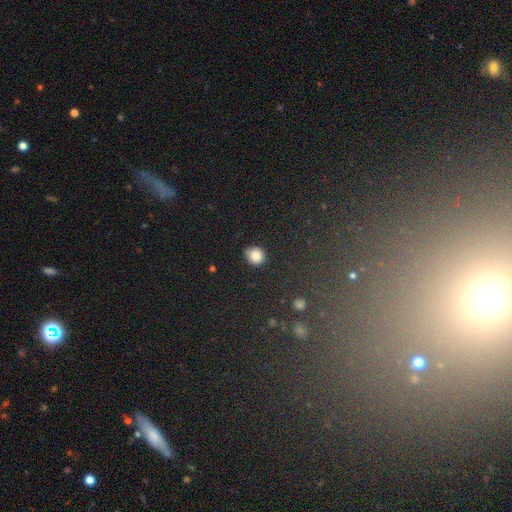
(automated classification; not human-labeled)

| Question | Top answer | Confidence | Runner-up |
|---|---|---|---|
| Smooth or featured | smooth | 85% | star or artifact (10%) |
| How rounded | round | 81% | in between (18%) |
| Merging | none | 79% | minor disturbance (16%) |